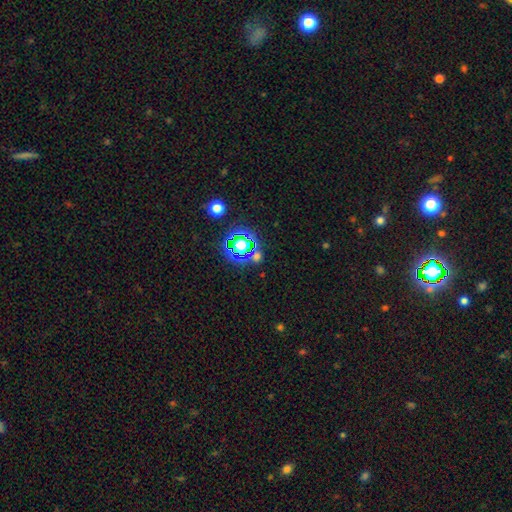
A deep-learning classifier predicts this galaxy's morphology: Smooth or featured? Predicted: star or artifact (p=0.57).